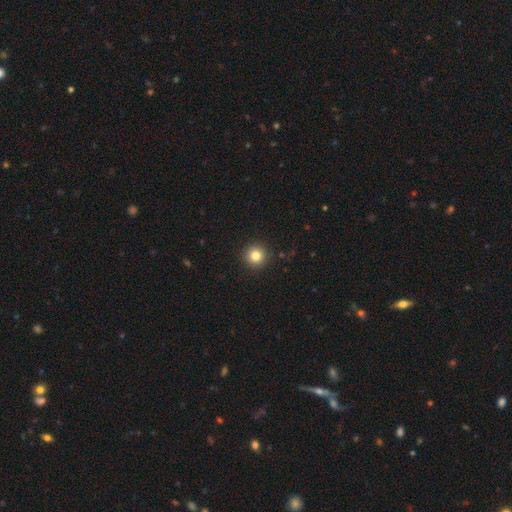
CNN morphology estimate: type=smooth (82%); roundness=round (96%); merging=none (92%).